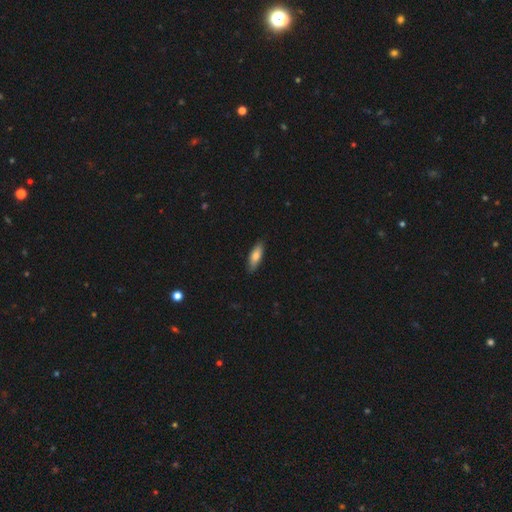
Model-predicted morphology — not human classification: smooth_or_featured: smooth (p=0.75) [alt: featured or disk p=0.19]
how_rounded: in between (p=0.57) [alt: cigar-shaped p=0.41]
merging: none (p=0.86) [alt: minor disturbance p=0.11]